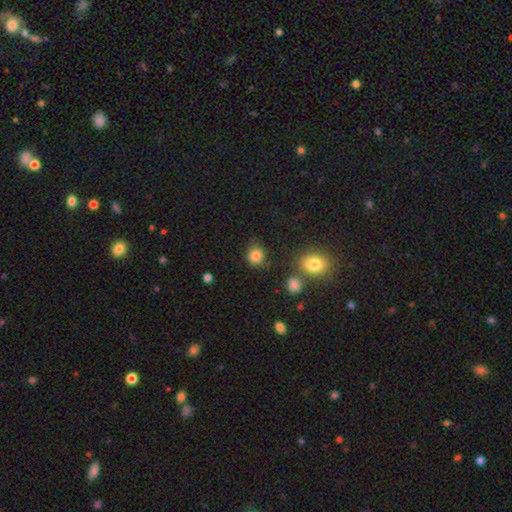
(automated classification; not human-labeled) Smooth or featured? Predicted: smooth (p=0.84). How rounded? Predicted: round (p=0.82). Merging? Predicted: none (p=0.77).